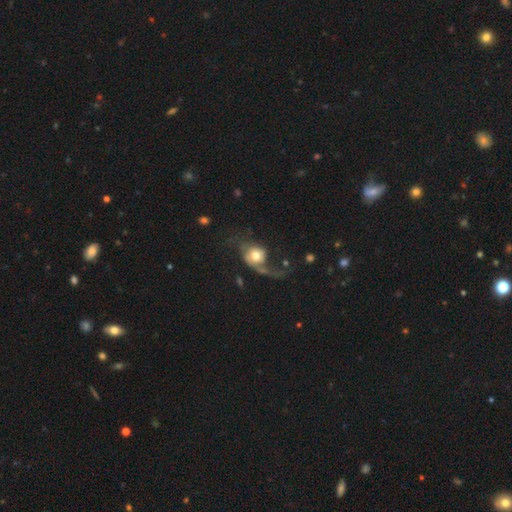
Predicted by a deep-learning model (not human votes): featured or disk 49%, smooth 43%, star or artifact 8%. Down the decision tree: merging — major disturbance (53%).